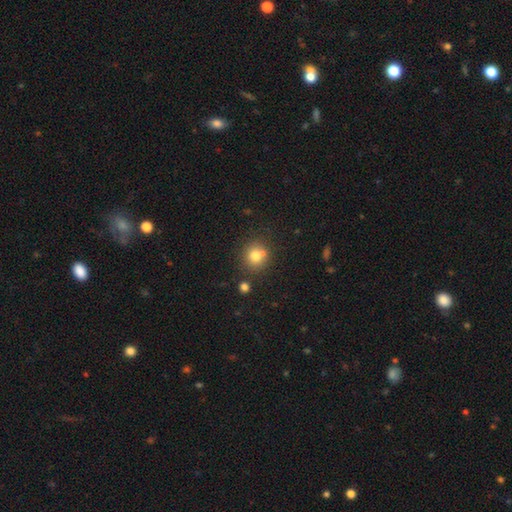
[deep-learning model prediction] Morphology: type=smooth (76%); roundness=round (88%); merging=none (68%).